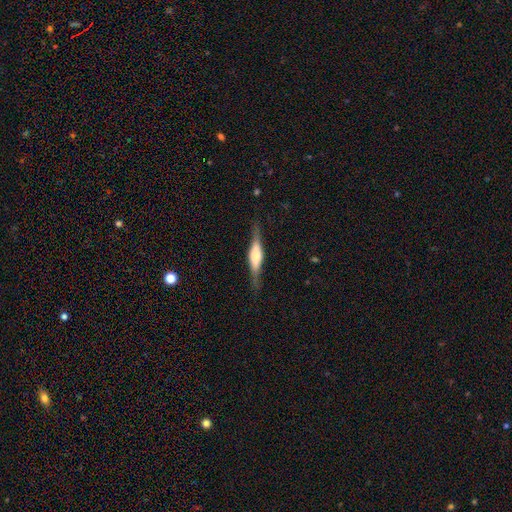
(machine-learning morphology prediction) featured or disk 66%, smooth 28%, star or artifact 6%. Down the decision tree: edge-on disk — yes (95%); edge-on bulge — rounded (63%); merging — none (82%).